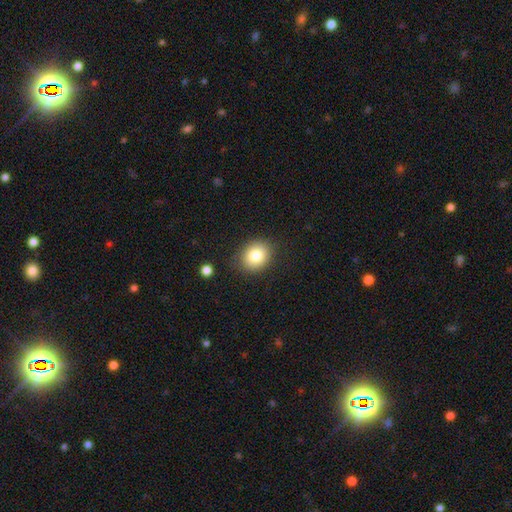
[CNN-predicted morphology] This appears to be a smooth galaxy with no disk features (82%) that is round (60%). Merging: none (85%).